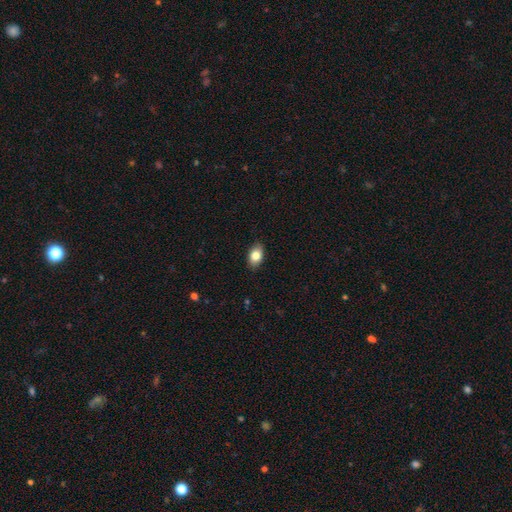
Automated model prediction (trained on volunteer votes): smooth_or_featured: smooth (p=0.81) [alt: featured or disk p=0.11]
how_rounded: in between (p=0.88) [alt: round p=0.10]
merging: none (p=0.88) [alt: minor disturbance p=0.09]